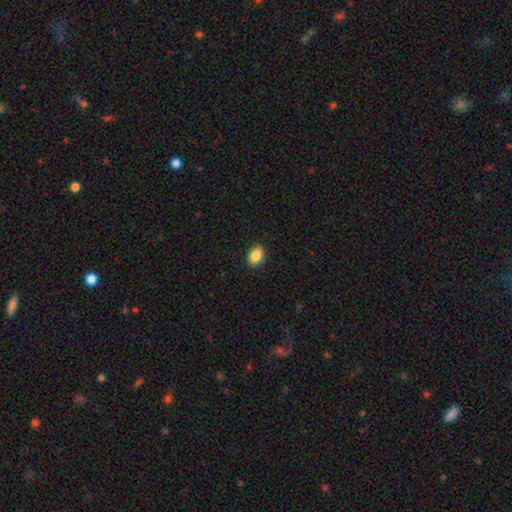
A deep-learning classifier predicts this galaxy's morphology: smooth-or-featured: smooth: 87% | star or artifact: 8% | featured or disk: 4%
  how-rounded: in between: 68% | round: 31% | cigar-shaped: 1%
  merging: none: 90% | minor disturbance: 7% | major disturbance: 2% | merger: 1%